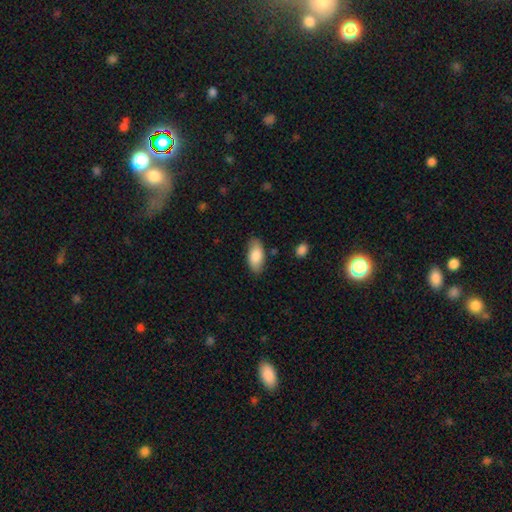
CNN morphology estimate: A smooth galaxy with no disk features (84%) that is in between round and cigar-shaped (92%). Merging: none (82%).